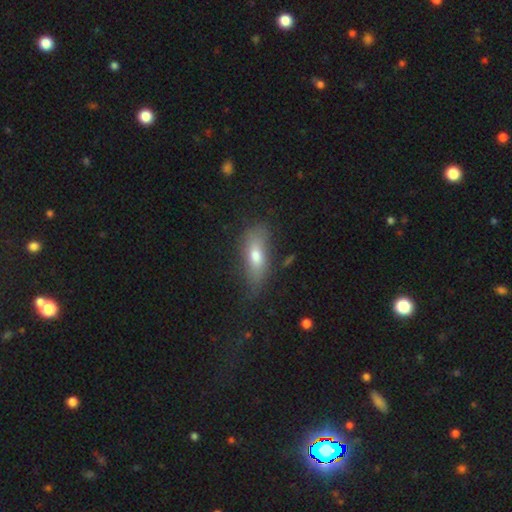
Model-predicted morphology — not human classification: Overall: smooth (68%). How rounded: in between (73%). Merging: none (58%; minor disturbance 28%).